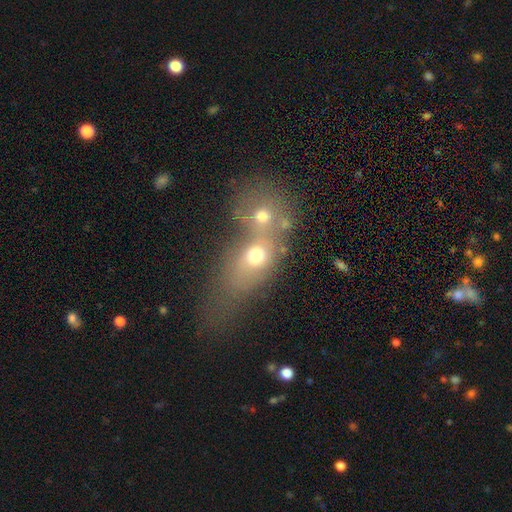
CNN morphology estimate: Q: Smooth or featured?
A: smooth (63%); runner-up: featured or disk (22%)
Q: How rounded?
A: in between (53%); runner-up: round (44%)
Q: Merging?
A: merger (66%); runner-up: none (20%)